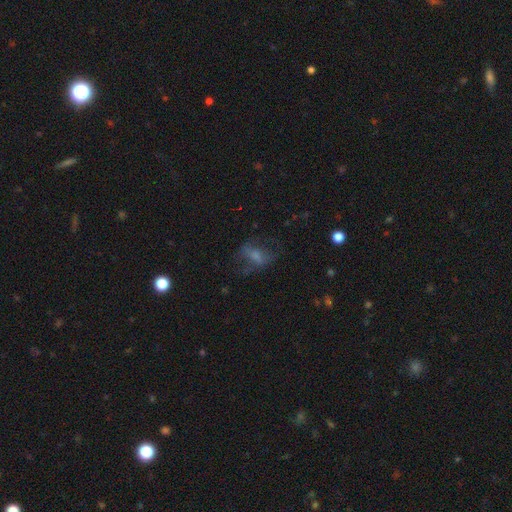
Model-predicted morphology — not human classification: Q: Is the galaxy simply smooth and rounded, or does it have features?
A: smooth — 42%.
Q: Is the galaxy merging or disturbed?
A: none — 47%.